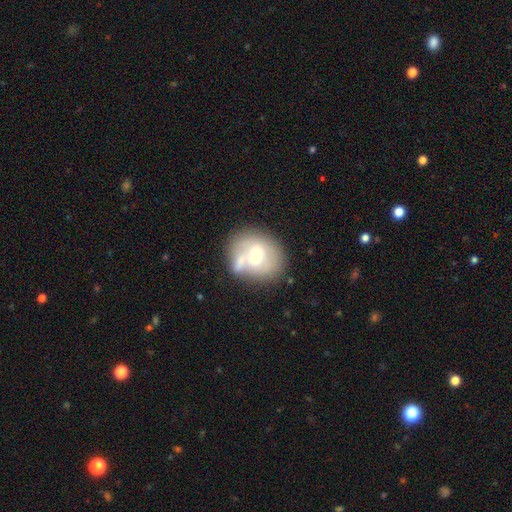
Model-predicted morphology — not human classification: Overall: smooth (51%; featured or disk 40%). How rounded: round (70%). Merging: none (47%; merger 26%).